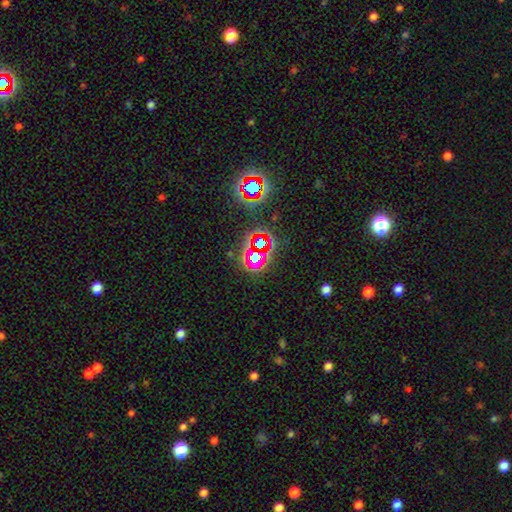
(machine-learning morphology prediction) smooth_or_featured: star or artifact (p=0.69) [alt: smooth p=0.17]